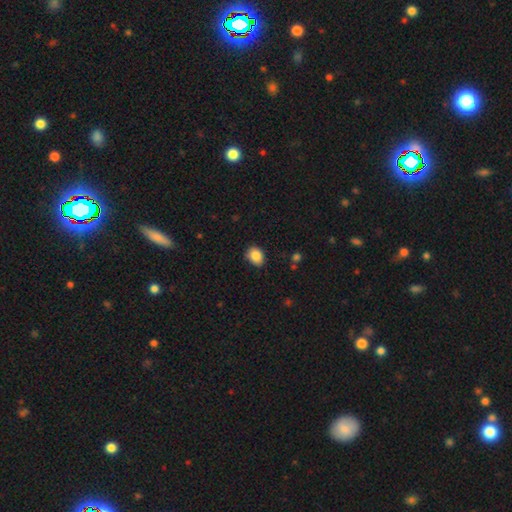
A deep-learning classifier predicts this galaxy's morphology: smooth 86%, star or artifact 9%, featured or disk 5%. Down the decision tree: how rounded — in between (59%); merging — none (83%).